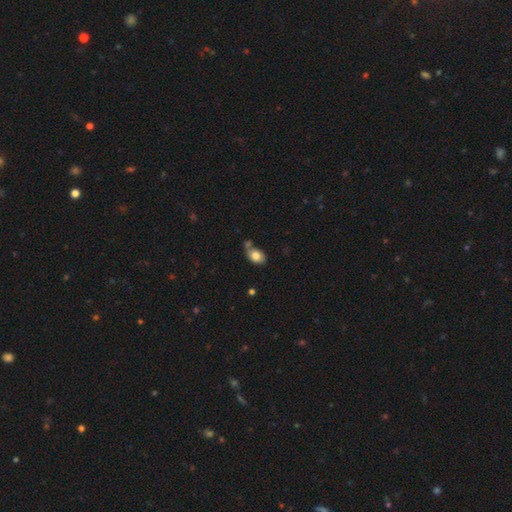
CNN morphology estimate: A smooth galaxy with no disk features (79%) that is in between round and cigar-shaped (77%). Merging: none (47%).